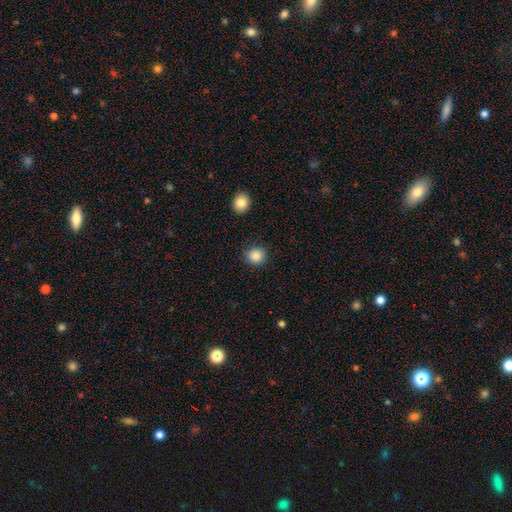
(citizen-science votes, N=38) smooth 89%, star or artifact 8%, featured or disk 3%. Down the decision tree: how rounded — round (85%); merging — none (91%).